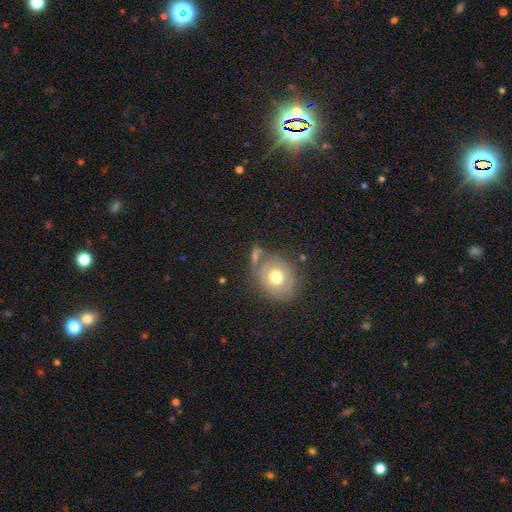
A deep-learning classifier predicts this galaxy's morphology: A smooth galaxy with no disk features (49%). Merging: none (66%).